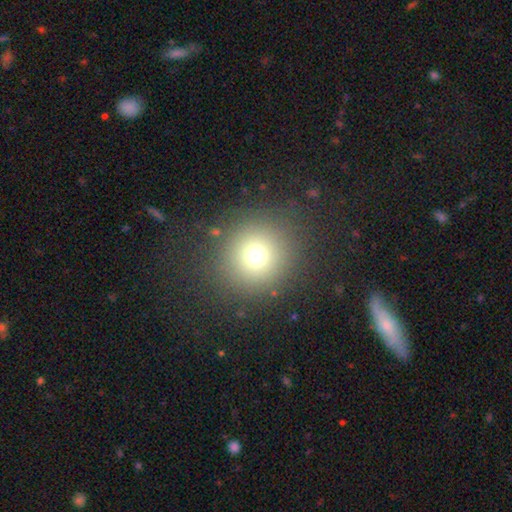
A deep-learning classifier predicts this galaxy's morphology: The model was most divided on "smooth or featured": smooth: 70%, star or artifact: 20%, featured or disk: 10%. More confident: how rounded — round (94%); merging — none (86%).